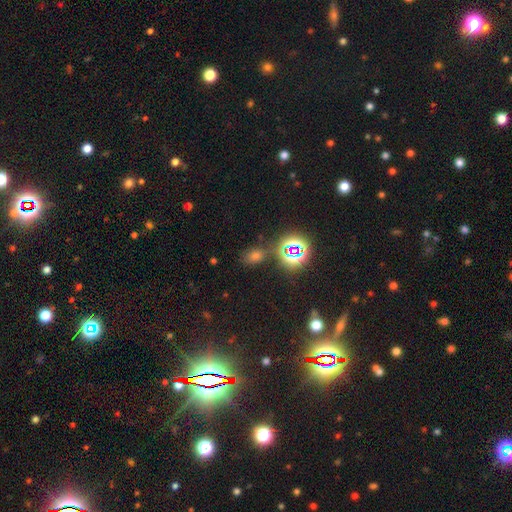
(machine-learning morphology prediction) Smooth or featured? Predicted: smooth (p=0.49). Merging? Predicted: none (p=0.76).